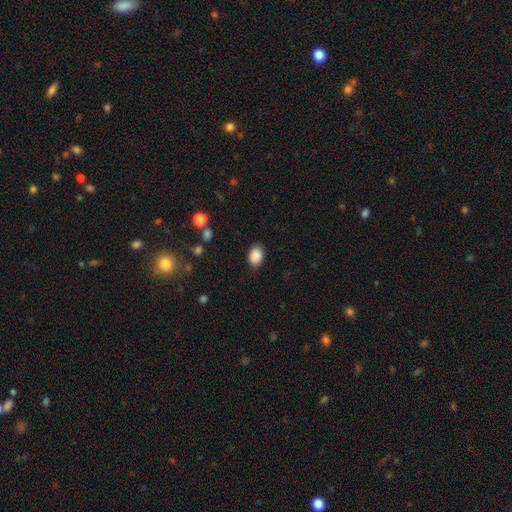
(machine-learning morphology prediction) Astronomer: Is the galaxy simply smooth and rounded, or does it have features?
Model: smooth — 88%.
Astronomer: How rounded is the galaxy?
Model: in between — 80%.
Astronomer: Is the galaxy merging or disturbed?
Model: none — 82%.